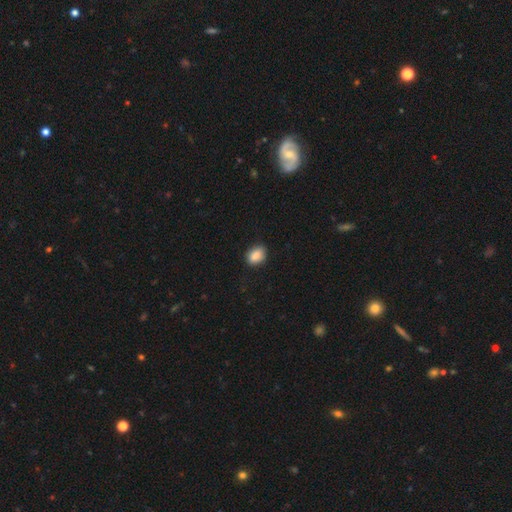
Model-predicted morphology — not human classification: smooth-or-featured: smooth: 87% | star or artifact: 8% | featured or disk: 5%
  how-rounded: in between: 72% | round: 27% | cigar-shaped: 1%
  merging: none: 83% | minor disturbance: 14% | major disturbance: 2% | merger: 1%